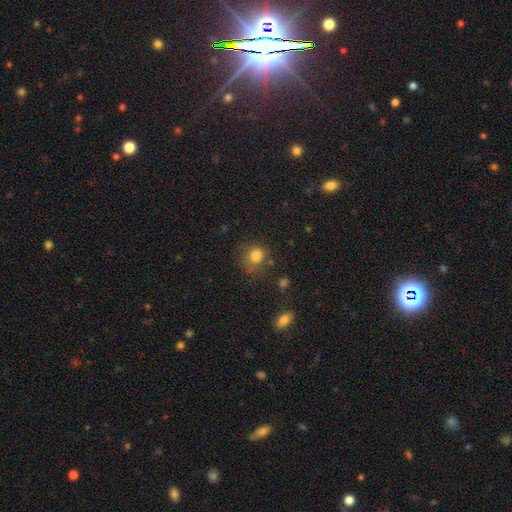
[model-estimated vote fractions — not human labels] The model was most divided on "how rounded": round: 66%, in between: 33%, cigar-shaped: 1%. More confident: smooth or featured — smooth (82%); merging — none (58%).